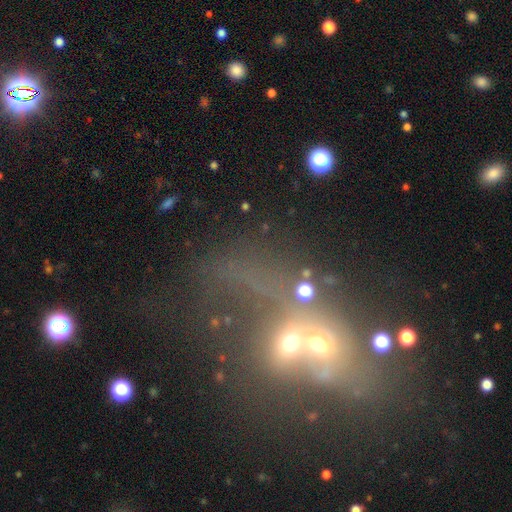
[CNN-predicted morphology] star or artifact 37%, smooth 32%, featured or disk 31%.